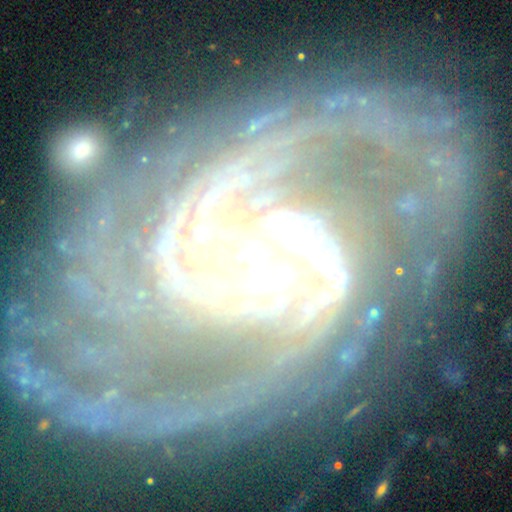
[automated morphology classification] smooth_or_featured: featured or disk (p=0.93) [alt: star or artifact p=0.05]
disk_edge_on: no (p=0.98) [alt: yes p=0.02]
bar: no (p=0.43) [alt: weak p=0.37]
has_spiral_arms: yes (p=0.99) [alt: no p=0.01]
spiral_winding: tight (p=0.46) [alt: medium p=0.44]
spiral_arm_count: 2 (p=0.52) [alt: 3 p=0.16]
bulge_size: moderate (p=0.48) [alt: small p=0.42]
merging: none (p=0.71) [alt: minor disturbance p=0.16]